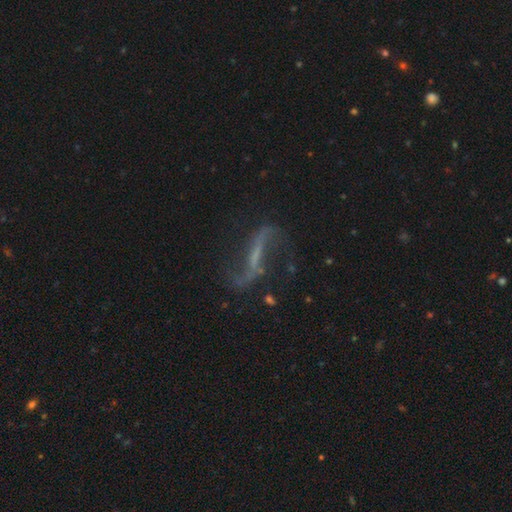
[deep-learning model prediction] Smooth or featured?
  - featured or disk: 82% *
  - star or artifact: 10%
  - smooth: 9%
Edge-on disk?
  - no: 83% *
  - yes: 17%
Bar?
  - strong: 50% *
  - weak: 30%
  - no: 20%
Spiral arms?
  - yes: 91% *
  - no: 9%
Spiral winding?
  - loose: 88% *
  - medium: 9%
  - tight: 3%
Spiral arm count?
  - 2: 90% *
  - 1: 3%
  - can't tell: 3%
  - 3: 1%
  - 4: 1%
  - more than 4: 1%
Bulge size?
  - none: 44% * (tied)
  - small: 44% * (tied)
  - moderate: 9%
  - large: 2%
  - dominant: 1%
Merging?
  - none: 70% *
  - minor disturbance: 15%
  - major disturbance: 11%
  - merger: 3%